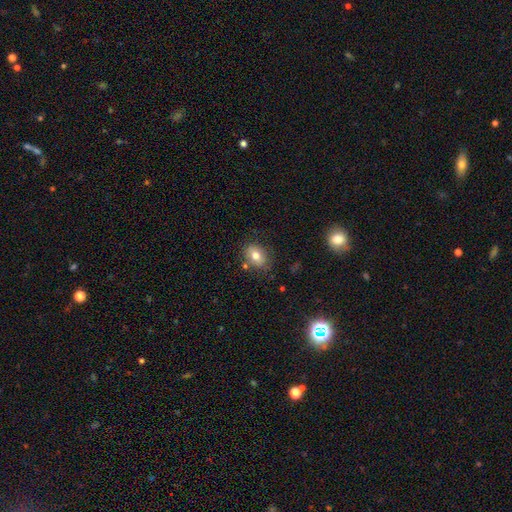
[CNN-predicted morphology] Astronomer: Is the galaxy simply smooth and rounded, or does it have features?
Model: smooth — 75%.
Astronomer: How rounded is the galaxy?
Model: in between — 66%.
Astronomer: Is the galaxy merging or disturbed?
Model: none — 76%.